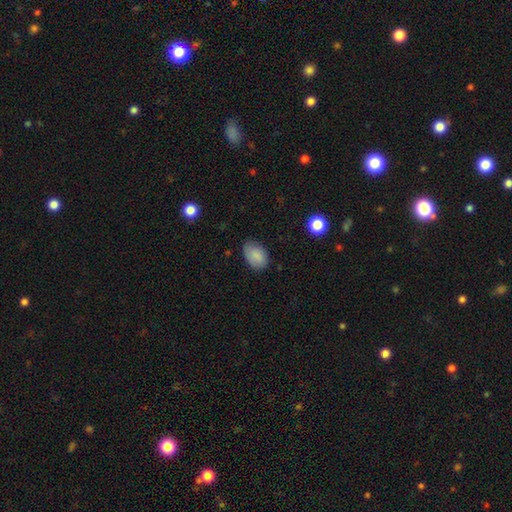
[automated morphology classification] This is clearly a smooth galaxy (86%). How rounded: clearly in between (87%). Merging: likely none (72%).